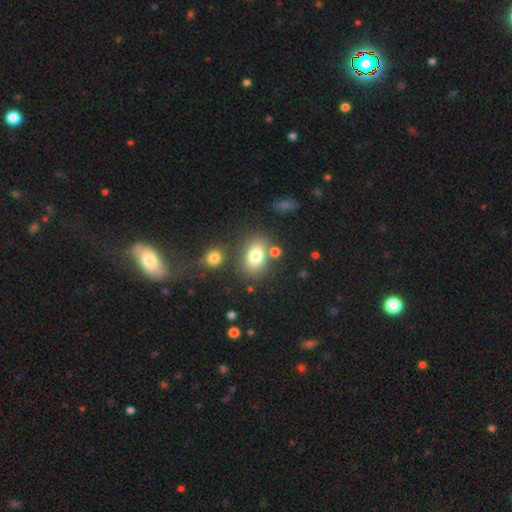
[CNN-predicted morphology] Smooth or featured: smooth — 77% (featured or disk — 12%)
How rounded: in between — 73% (round — 26%)
Merging: none — 69% (merger — 13%)